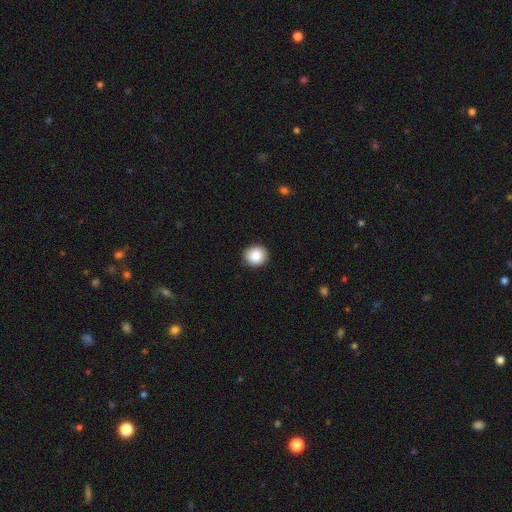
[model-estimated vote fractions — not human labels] A smooth galaxy with no disk features (85%) that is round (87%).

Vote fractions:
- Smooth or featured? smooth: 85% / star or artifact: 8% / featured or disk: 7%
- How rounded? round: 87% / in between: 12% / cigar-shaped: 1%
- Merging? none: 91% / minor disturbance: 7% / major disturbance: 2% / merger: 1%